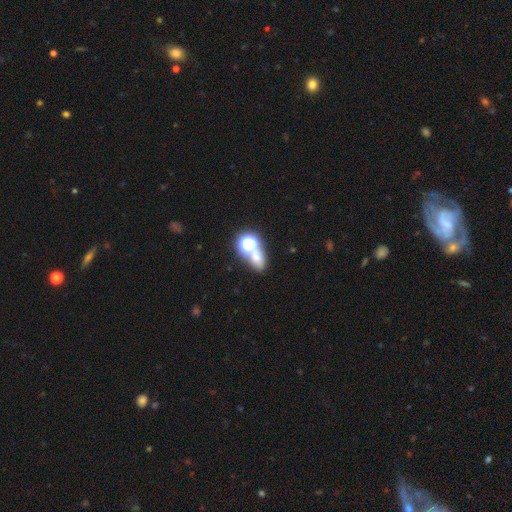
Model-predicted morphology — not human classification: smooth 52%, star or artifact 34%, featured or disk 14%. Down the decision tree: how rounded — in between (57%); merging — none (46%).